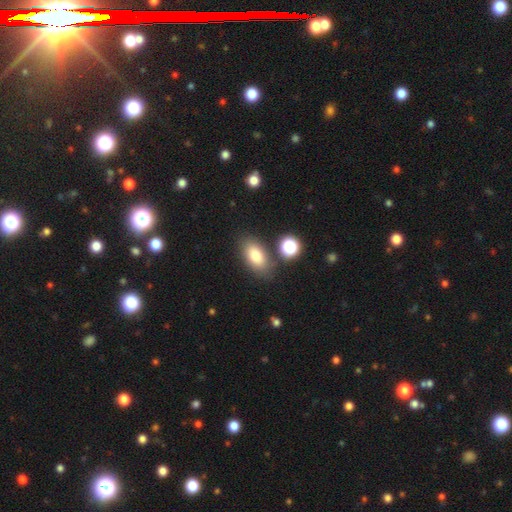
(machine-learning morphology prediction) A smooth galaxy with no disk features (81%) that is in between round and cigar-shaped (90%). Merging: none (78%).